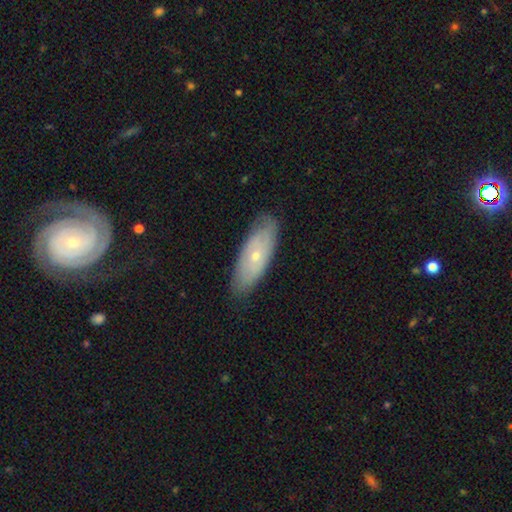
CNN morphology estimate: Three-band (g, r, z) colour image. It shows a featured or disk galaxy (53%). Merging: none (80%).